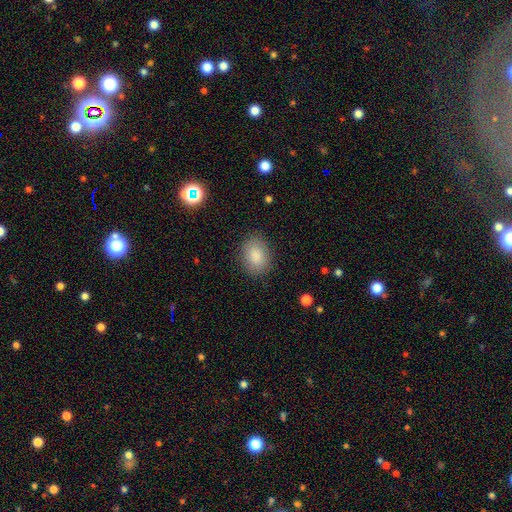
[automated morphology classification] Smooth or featured? Predicted: smooth (p=0.87). How rounded? Predicted: in between (p=0.68). Merging? Predicted: none (p=0.84).